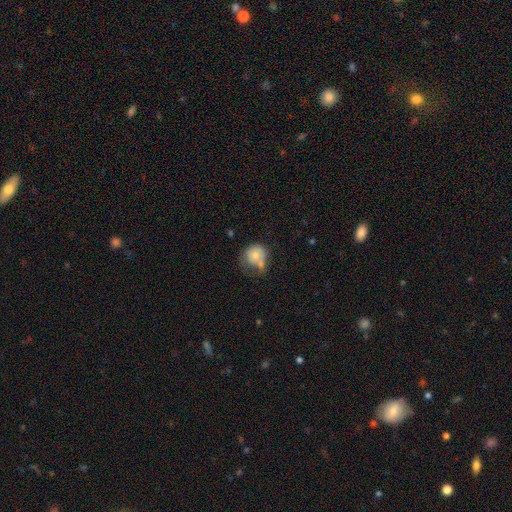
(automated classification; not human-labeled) smooth_or_featured: smooth (p=0.70) [alt: featured or disk p=0.21]
how_rounded: round (p=0.75) [alt: in between p=0.24]
merging: none (p=0.33) [alt: merger p=0.25]